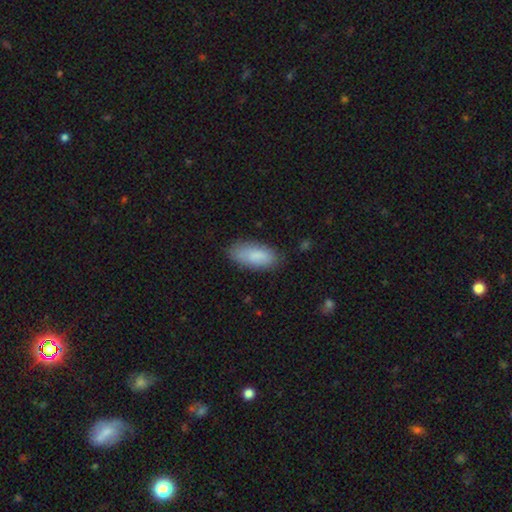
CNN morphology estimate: Smooth or featured? smooth (85%)
How rounded? in between (87%)
Merging? none (77%)